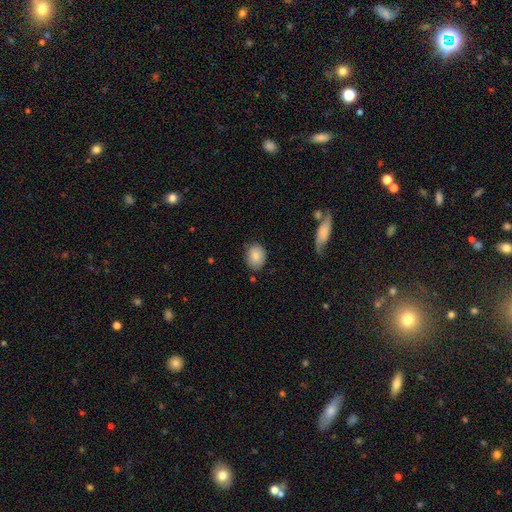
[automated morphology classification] Smooth or featured? smooth (83%)
How rounded? in between (57%)
Merging? none (77%)